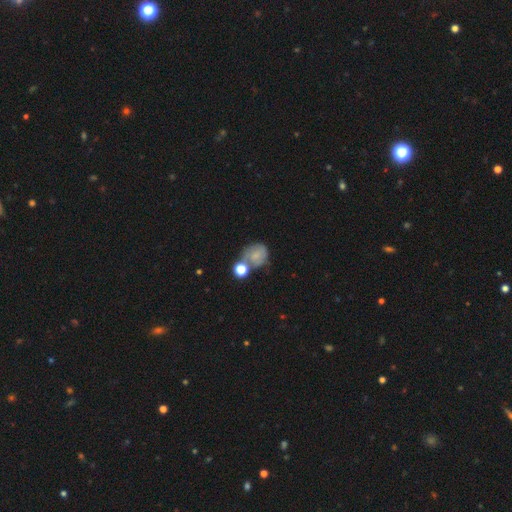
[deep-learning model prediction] A smooth galaxy with no disk features (56%) that is round (67%).

Vote fractions:
- Smooth or featured? smooth: 56% / featured or disk: 31% / star or artifact: 13%
- How rounded? round: 67% / in between: 32% / cigar-shaped: 1%
- Merging? none: 37% / merger: 28% / minor disturbance: 21% / major disturbance: 15%